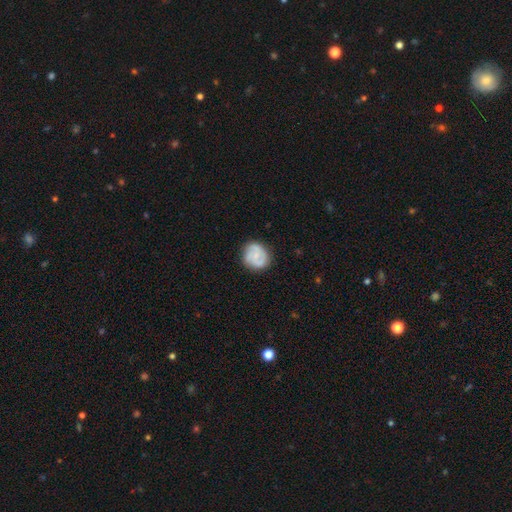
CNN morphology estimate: The model was most divided on "smooth or featured": featured or disk: 55%, smooth: 38%, star or artifact: 7%. More confident: edge-on disk — no (98%); spiral arms — yes (88%); merging — none (78%); bar — no (62%); bulge size — small (55%).